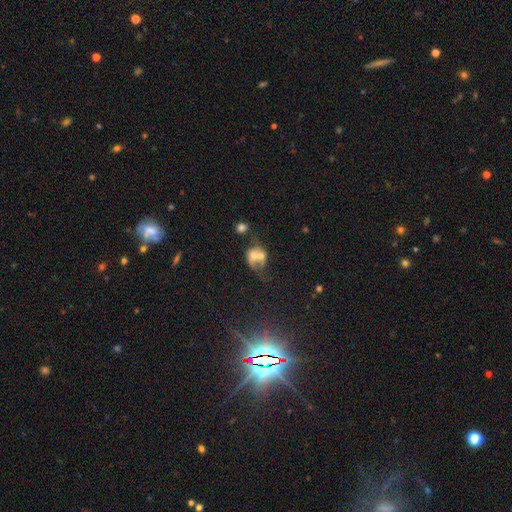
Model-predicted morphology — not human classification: Q: Smooth or featured?
A: smooth (51%); runner-up: featured or disk (37%)
Q: How rounded?
A: round (55%); runner-up: in between (44%)
Q: Merging?
A: merger (67%); runner-up: none (15%)